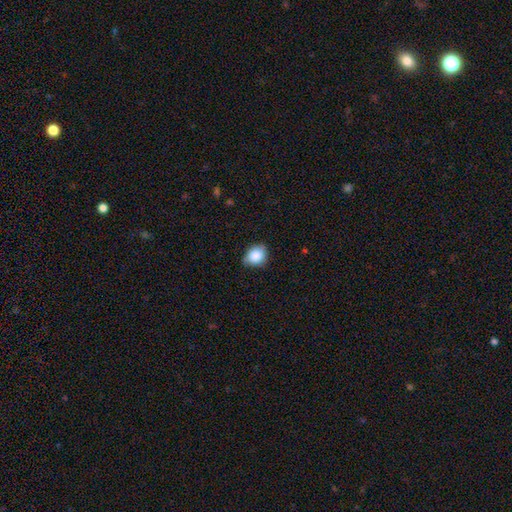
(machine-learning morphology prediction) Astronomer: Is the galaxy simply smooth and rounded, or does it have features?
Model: smooth — 86%.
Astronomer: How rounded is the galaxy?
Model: round — 55% (runner-up: in between, 44%).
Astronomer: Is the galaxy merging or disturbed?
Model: none — 66%.